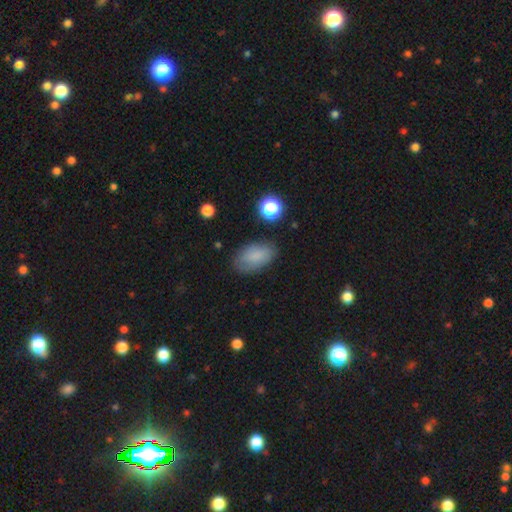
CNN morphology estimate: The model was most divided on "merging": none: 78%, minor disturbance: 16%, major disturbance: 4%, merger: 2%. More confident: how rounded — in between (92%); smooth or featured — smooth (81%).